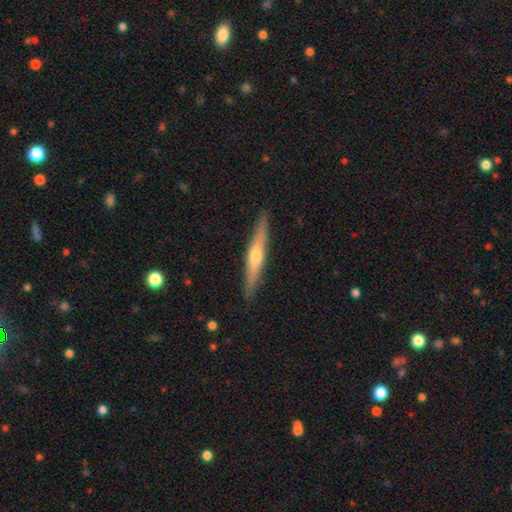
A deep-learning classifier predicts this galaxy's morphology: A featured or disk galaxy (61%) viewed edge-on (96%) with a rounded central bulge (86%). Merging: none (90%).